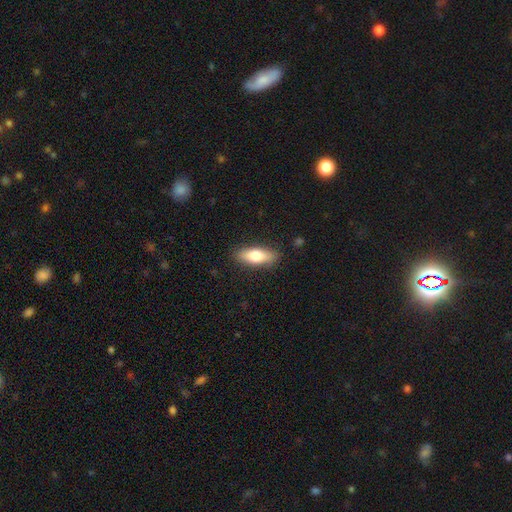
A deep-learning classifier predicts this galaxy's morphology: Smooth or featured: smooth — 70% (featured or disk — 23%)
How rounded: in between — 64% (cigar-shaped — 34%)
Merging: none — 86% (minor disturbance — 10%)